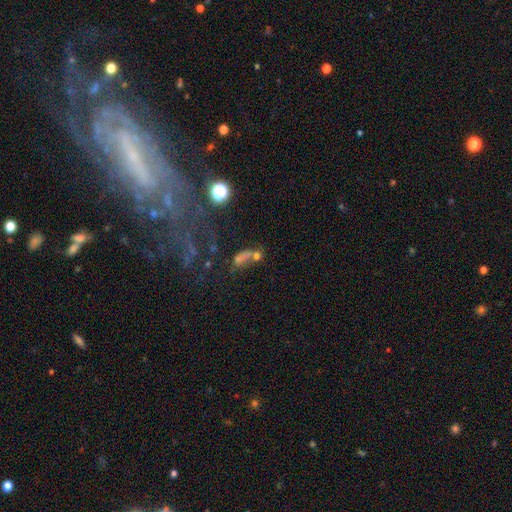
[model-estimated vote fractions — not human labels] smooth-or-featured: smooth: 52% | star or artifact: 29% | featured or disk: 20%
  how-rounded: in between: 57% | round: 22% | cigar-shaped: 21%
  merging: merger: 35% (tied) | none: 35% (tied) | major disturbance: 17% | minor disturbance: 13%